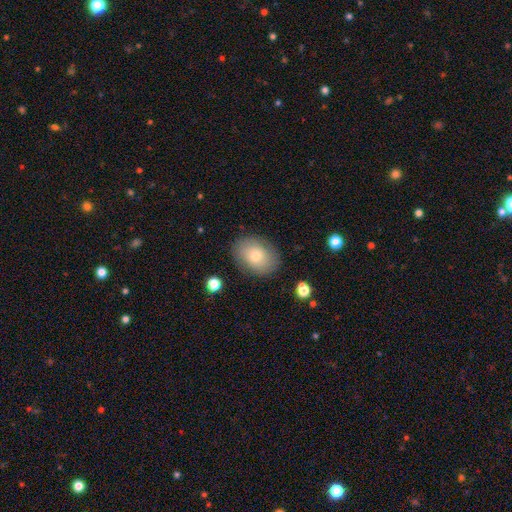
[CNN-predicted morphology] This appears to be a smooth galaxy with no disk features (73%) that is in between round and cigar-shaped (72%). Merging: none (84%).